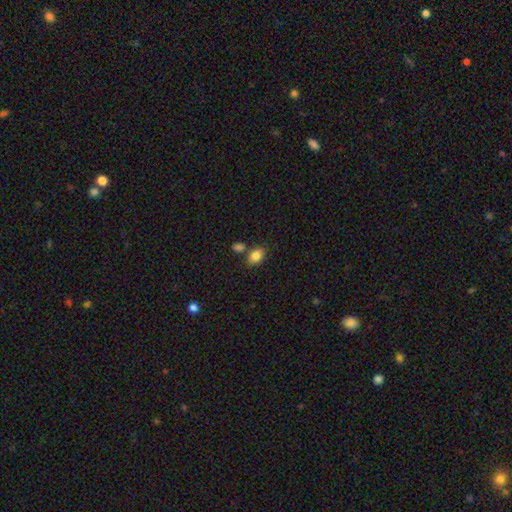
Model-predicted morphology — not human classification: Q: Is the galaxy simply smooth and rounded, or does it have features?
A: smooth — 85%.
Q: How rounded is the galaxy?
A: in between — 77%.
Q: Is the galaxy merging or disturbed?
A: none — 69%.